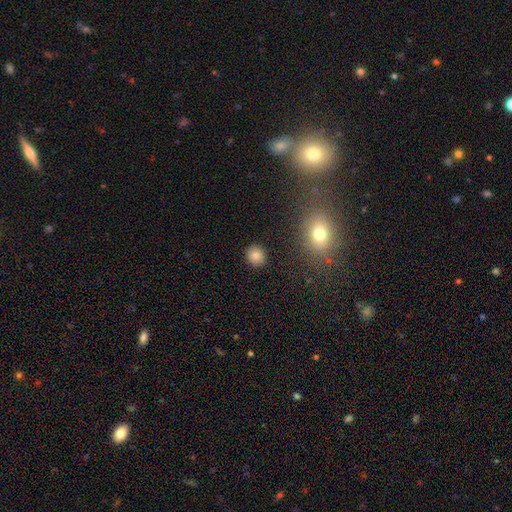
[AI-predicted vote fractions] Overall: smooth (83%). How rounded: round (89%). Merging: none (91%).